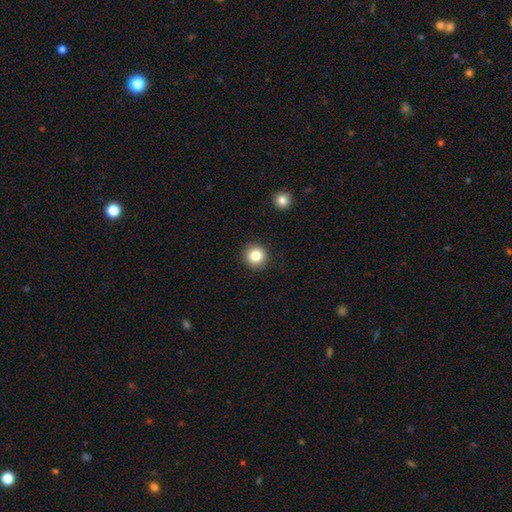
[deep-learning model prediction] smooth-or-featured: smooth: 83% | star or artifact: 11% | featured or disk: 6%
  how-rounded: round: 94% | in between: 5% | cigar-shaped: 1%
  merging: none: 92% | minor disturbance: 5% | major disturbance: 2% | merger: 1%